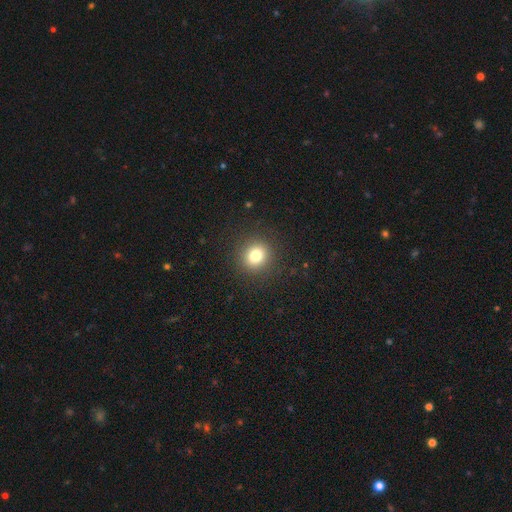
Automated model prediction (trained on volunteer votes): Smooth or featured: smooth — 80% (star or artifact — 13%)
How rounded: round — 87% (in between — 12%)
Merging: none — 91% (minor disturbance — 6%)